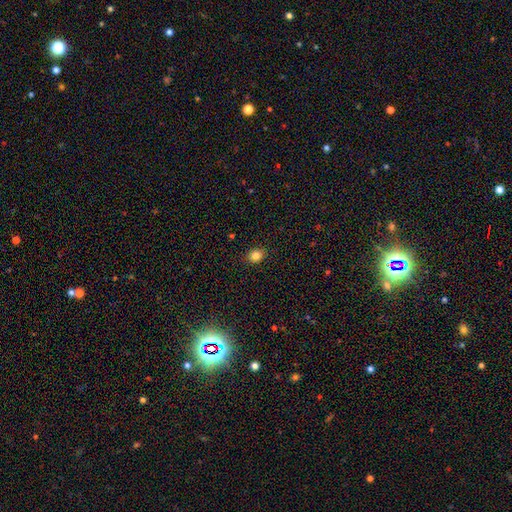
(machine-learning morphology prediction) This is clearly a smooth galaxy (83%). How rounded: possibly round (57%). Merging: clearly none (89%).